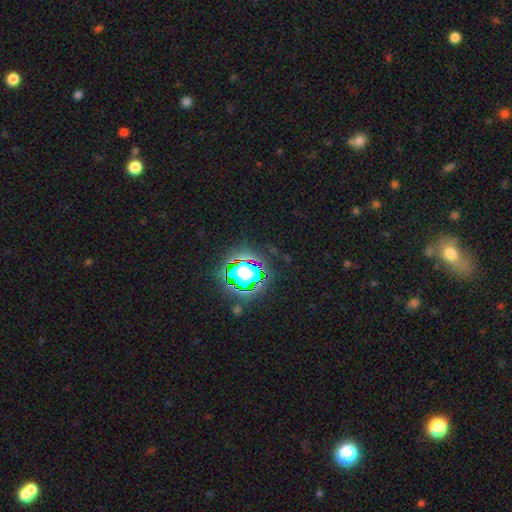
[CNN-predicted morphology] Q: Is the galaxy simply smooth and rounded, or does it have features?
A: star or artifact — 80%.